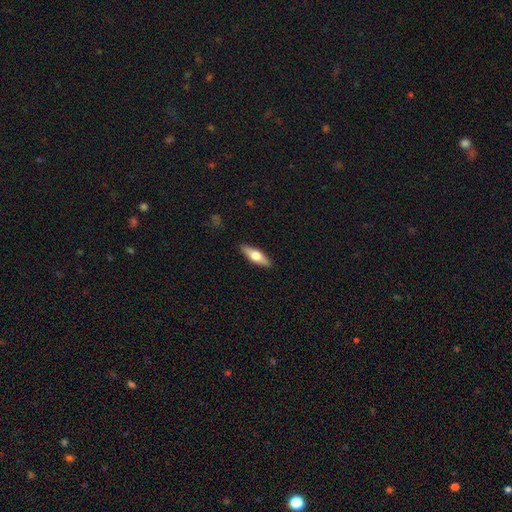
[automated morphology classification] smooth 52%, featured or disk 42%, star or artifact 6%. Down the decision tree: how rounded — cigar-shaped (50%); merging — none (89%).